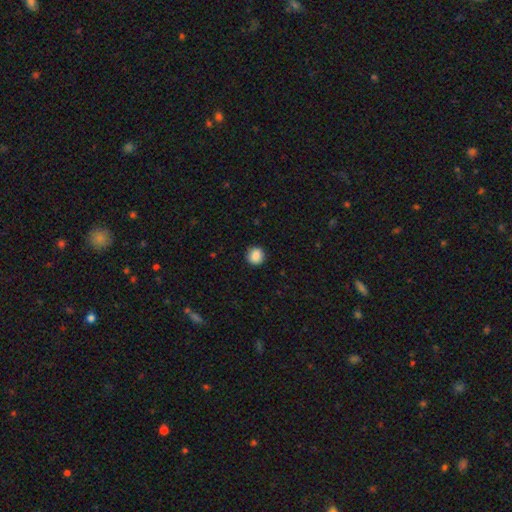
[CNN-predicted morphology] The model was most divided on "smooth or featured": smooth: 88%, star or artifact: 9%, featured or disk: 4%. More confident: merging — none (90%); how rounded — round (89%).